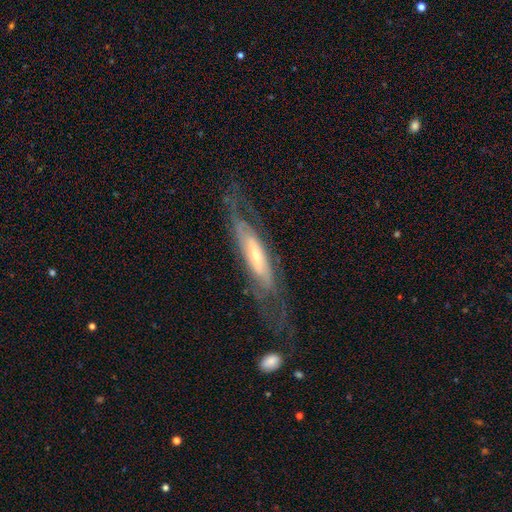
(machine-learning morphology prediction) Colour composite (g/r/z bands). It shows a featured or disk galaxy (77%). Merging: none (63%).